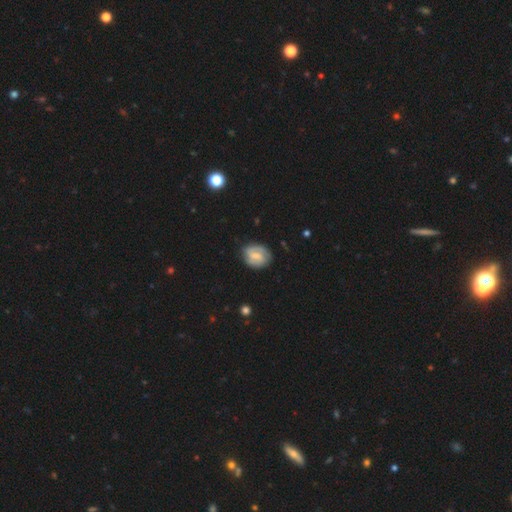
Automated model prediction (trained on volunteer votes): Q: Smooth or featured?
A: featured or disk (64%); runner-up: smooth (30%)
Q: Edge-on disk?
A: no (97%); runner-up: yes (3%)
Q: Bar?
A: weak (56%); runner-up: no (23%)
Q: Spiral arms?
A: yes (89%); runner-up: no (11%)
Q: Spiral winding?
A: medium (42%); runner-up: tight (40%)
Q: Spiral arm count?
A: 2 (77%); runner-up: can't tell (13%)
Q: Bulge size?
A: small (41%); runner-up: moderate (32%)
Q: Merging?
A: none (76%); runner-up: minor disturbance (17%)